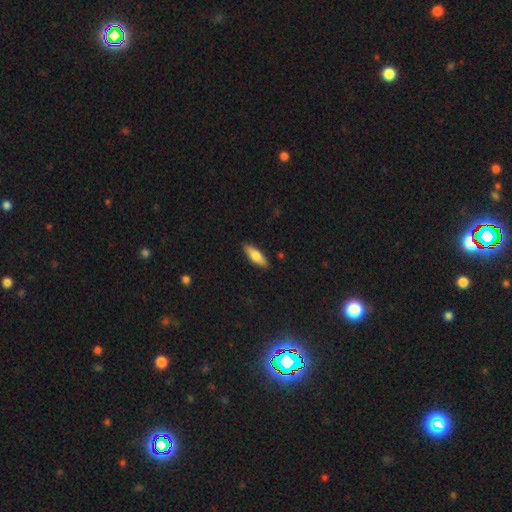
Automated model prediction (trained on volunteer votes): Morphology: type=smooth (72%); roundness=in between (50%); merging=none (87%).